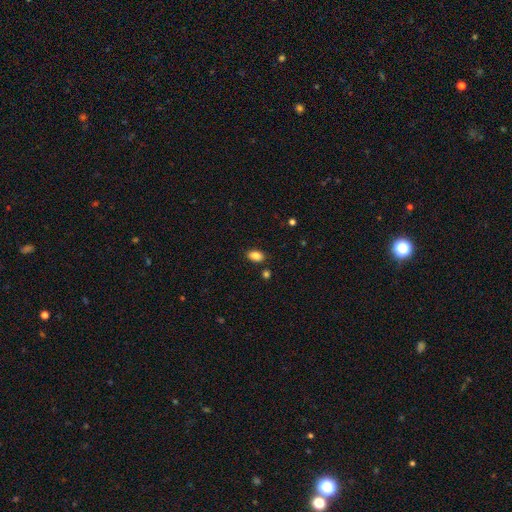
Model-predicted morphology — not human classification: smooth_or_featured: smooth (p=0.86) [alt: star or artifact p=0.09]
how_rounded: in between (p=0.88) [alt: round p=0.10]
merging: none (p=0.84) [alt: minor disturbance p=0.10]